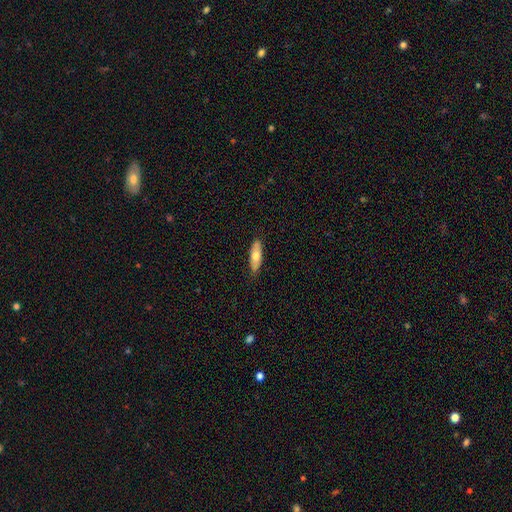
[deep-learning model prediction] smooth_or_featured: smooth (p=0.66) [alt: featured or disk p=0.28]
how_rounded: in between (p=0.56) [alt: cigar-shaped p=0.42]
merging: none (p=0.85) [alt: minor disturbance p=0.12]